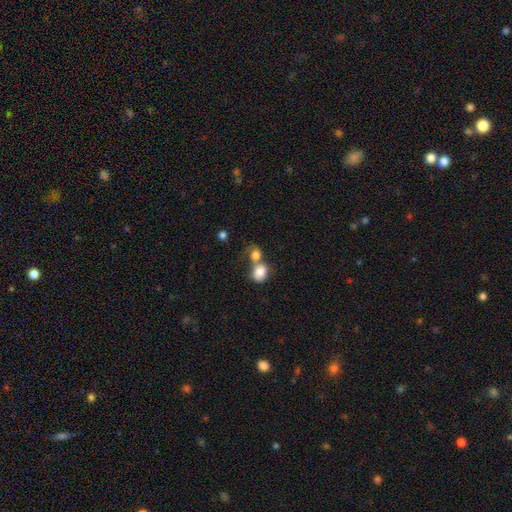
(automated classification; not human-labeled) Smooth or featured?
  - smooth: 78% *
  - featured or disk: 12%
  - star or artifact: 9%
How rounded?
  - round: 59% *
  - in between: 40%
  - cigar-shaped: 1%
Merging?
  - merger: 65% *
  - none: 23%
  - minor disturbance: 7%
  - major disturbance: 5%